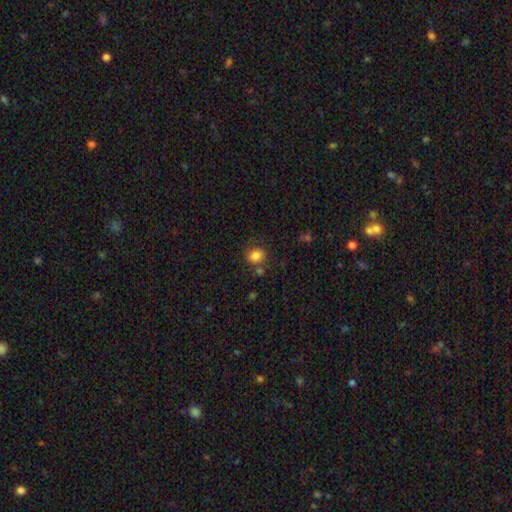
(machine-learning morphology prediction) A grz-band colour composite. It shows a smooth galaxy with no disk features (83%) that is round (50%). Merging: none (67%).